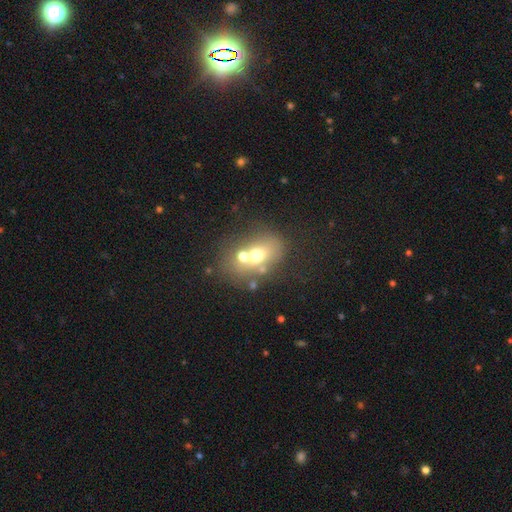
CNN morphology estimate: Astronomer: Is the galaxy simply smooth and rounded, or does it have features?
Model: smooth — 58%.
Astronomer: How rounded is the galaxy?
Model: in between — 52% (runner-up: round, 47%).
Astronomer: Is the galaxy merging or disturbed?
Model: merger — 44% (runner-up: none, 38%).